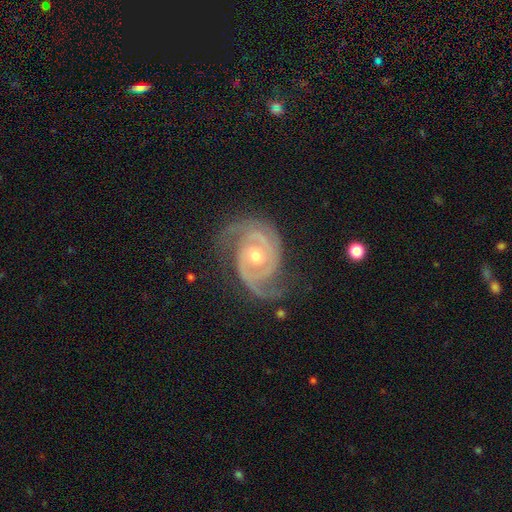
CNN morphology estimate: Q: Smooth or featured?
A: featured or disk (93%); runner-up: star or artifact (4%)
Q: Edge-on disk?
A: no (98%); runner-up: yes (2%)
Q: Bar?
A: no (65%); runner-up: weak (26%)
Q: Spiral arms?
A: yes (98%); runner-up: no (2%)
Q: Spiral winding?
A: tight (57%); runner-up: medium (37%)
Q: Spiral arm count?
A: 2 (79%); runner-up: 3 (11%)
Q: Bulge size?
A: moderate (63%); runner-up: small (33%)
Q: Merging?
A: none (73%); runner-up: minor disturbance (19%)